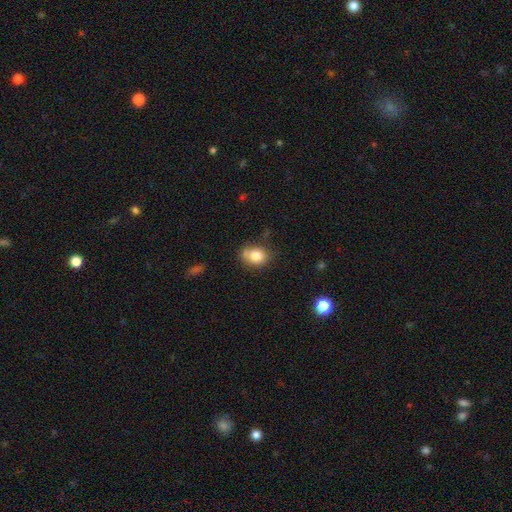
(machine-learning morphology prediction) Smooth or featured? Predicted: smooth (p=0.82). How rounded? Predicted: in between (p=0.59). Merging? Predicted: none (p=0.59).